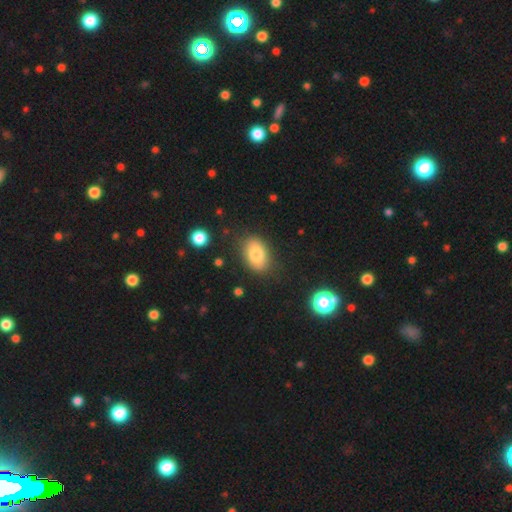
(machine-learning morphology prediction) smooth 80%, featured or disk 12%, star or artifact 8%. Down the decision tree: how rounded — in between (86%); merging — none (82%).